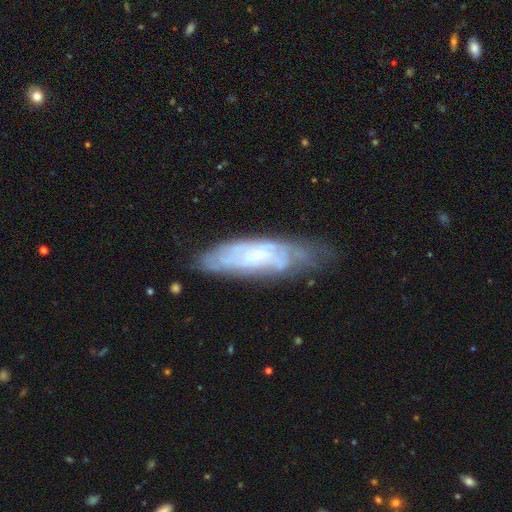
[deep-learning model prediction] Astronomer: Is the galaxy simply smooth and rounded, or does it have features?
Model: featured or disk — 67%.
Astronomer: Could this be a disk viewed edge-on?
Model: no — 77%.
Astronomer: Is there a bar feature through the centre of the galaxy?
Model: no — 54% (runner-up: weak, 35%).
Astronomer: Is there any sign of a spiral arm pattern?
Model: yes — 79%.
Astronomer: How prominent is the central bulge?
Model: small — 59%.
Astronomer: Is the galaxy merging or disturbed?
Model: none — 60%.